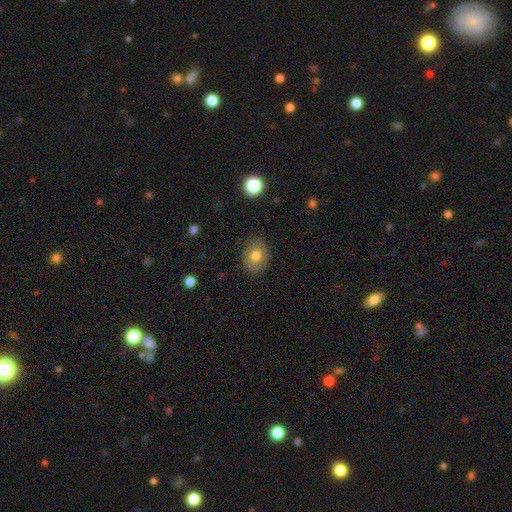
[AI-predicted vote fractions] Smooth or featured?
  - smooth: 67% *
  - featured or disk: 24%
  - star or artifact: 9%
How rounded?
  - in between: 53% *
  - round: 46%
  - cigar-shaped: 1%
Merging?
  - none: 84% *
  - minor disturbance: 12%
  - major disturbance: 3%
  - merger: 1%